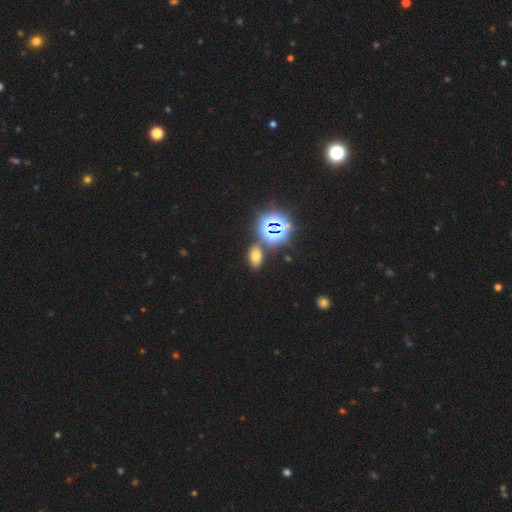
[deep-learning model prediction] This is possibly a smooth galaxy (52%). How rounded: clearly in between (85%). Merging: likely none (78%).